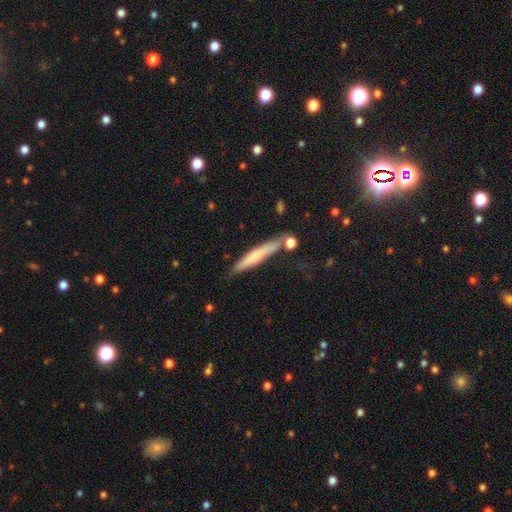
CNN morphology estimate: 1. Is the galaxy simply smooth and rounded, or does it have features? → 57% smooth, 36% featured or disk, 6% star or artifact.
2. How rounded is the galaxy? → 94% cigar-shaped, 5% in between, 1% round.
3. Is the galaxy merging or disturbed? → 74% none, 15% minor disturbance, 7% merger, 4% major disturbance.